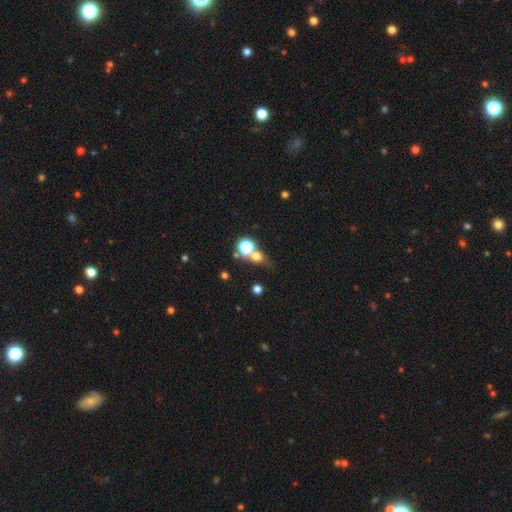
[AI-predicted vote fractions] Smooth or featured: smooth — 62% (star or artifact — 28%)
How rounded: round — 76% (in between — 22%)
Merging: none — 54% (merger — 30%)